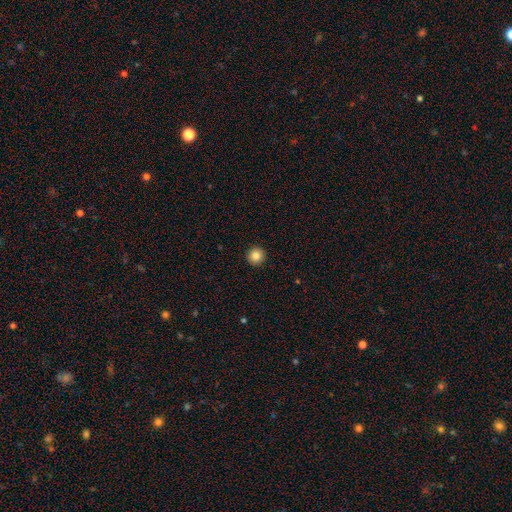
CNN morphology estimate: smooth_or_featured: smooth (p=0.85) [alt: star or artifact p=0.10]
how_rounded: round (p=0.96) [alt: in between p=0.03]
merging: none (p=0.94) [alt: minor disturbance p=0.04]